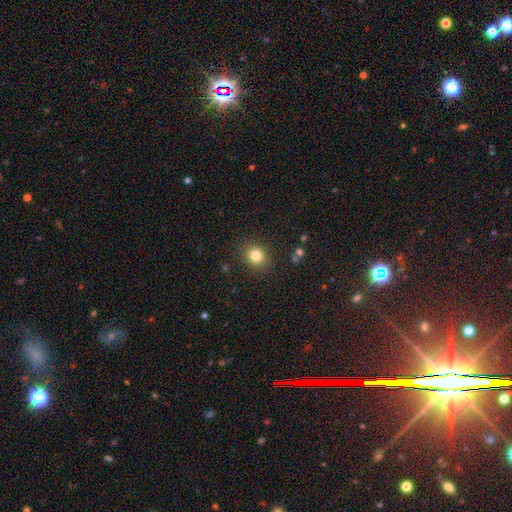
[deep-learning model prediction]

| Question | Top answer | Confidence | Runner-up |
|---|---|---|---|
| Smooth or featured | smooth | 81% | star or artifact (12%) |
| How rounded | round | 76% | in between (23%) |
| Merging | none | 88% | minor disturbance (8%) |